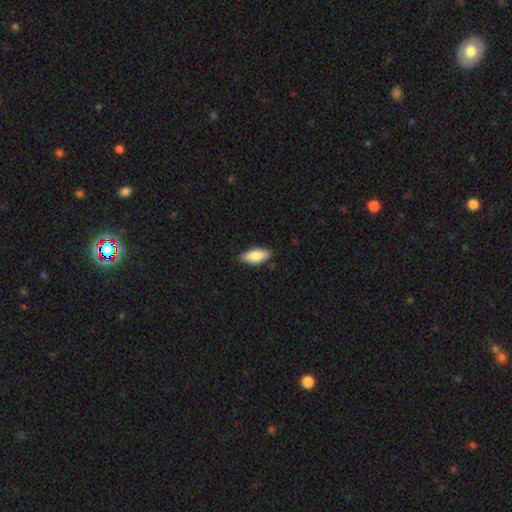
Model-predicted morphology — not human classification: Smooth or featured? Predicted: smooth (p=0.84). How rounded? Predicted: in between (p=0.84). Merging? Predicted: none (p=0.83).